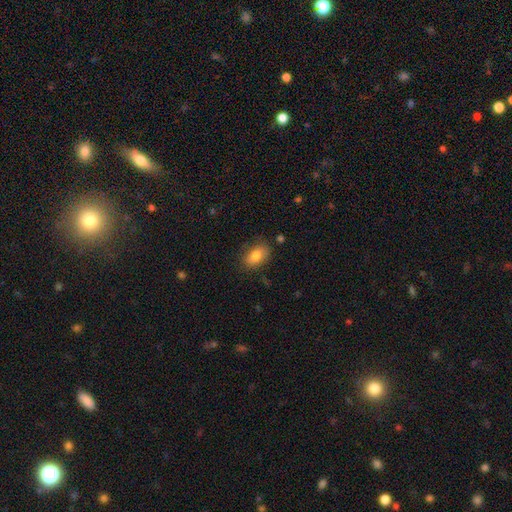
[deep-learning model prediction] Overall: smooth (82%). How rounded: in between (86%). Merging: none (78%).